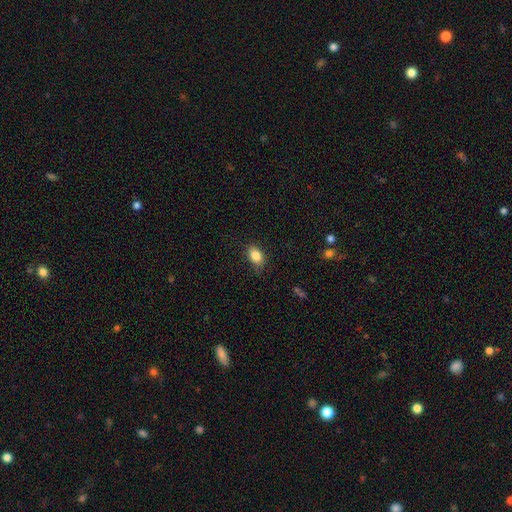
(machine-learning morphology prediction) This appears to be a smooth galaxy with no disk features (85%) that is in between round and cigar-shaped (83%). Merging: none (80%).